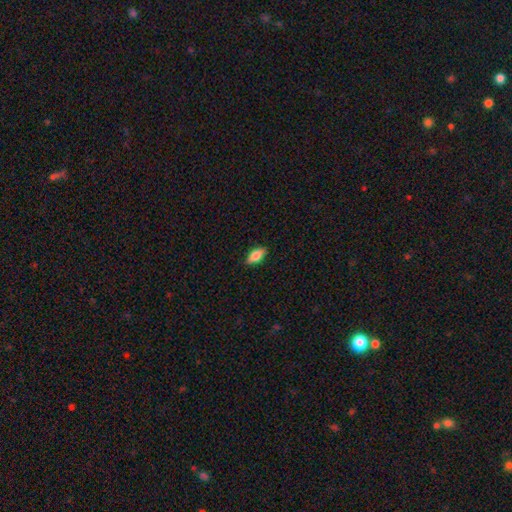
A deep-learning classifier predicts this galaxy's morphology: type=smooth (75%); roundness=in between (83%); merging=none (87%).